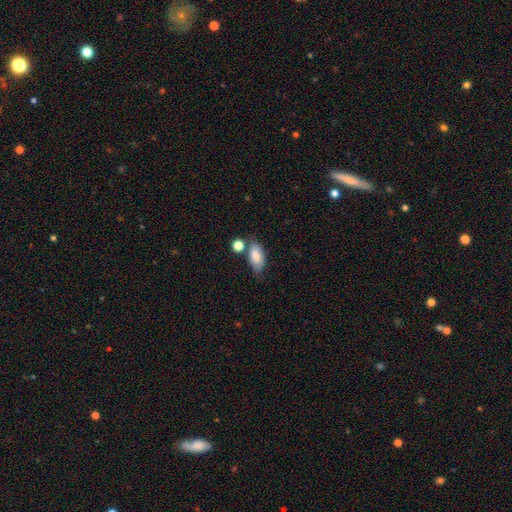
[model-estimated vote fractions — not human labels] The model was most divided on "merging": none: 61%, minor disturbance: 19%, merger: 15%, major disturbance: 5%. More confident: how rounded — in between (88%); smooth or featured — smooth (82%).